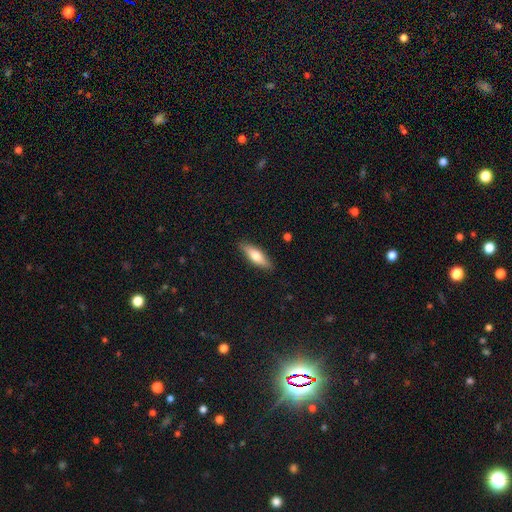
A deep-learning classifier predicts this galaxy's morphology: Smooth or featured? Predicted: smooth (p=0.65). How rounded? Predicted: cigar-shaped (p=0.55). Merging? Predicted: none (p=0.87).